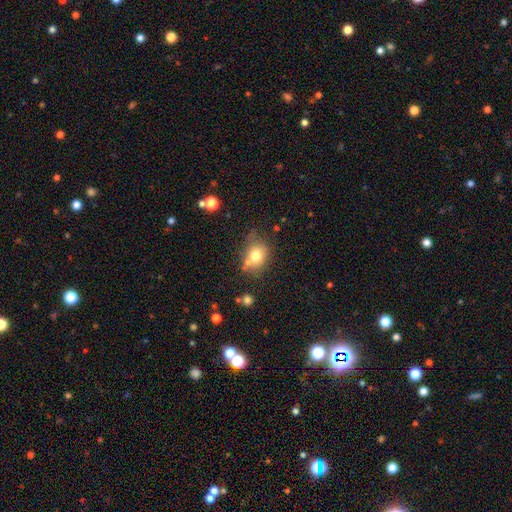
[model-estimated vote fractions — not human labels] A smooth galaxy with no disk features (75%) that is round (60%). Merging: none (59%).